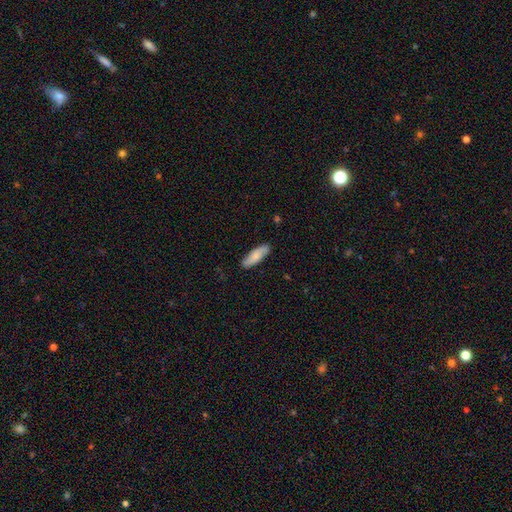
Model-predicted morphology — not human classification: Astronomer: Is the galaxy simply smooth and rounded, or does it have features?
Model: smooth — 77%.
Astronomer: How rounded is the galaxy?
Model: cigar-shaped — 50% (runner-up: in between, 48%).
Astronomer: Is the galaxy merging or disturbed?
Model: none — 85%.